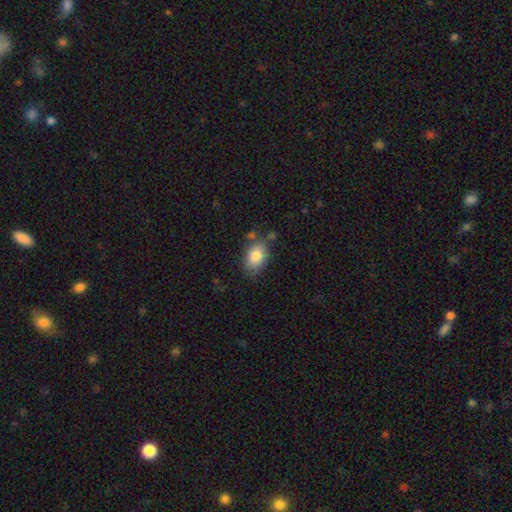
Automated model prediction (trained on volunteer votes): smooth-or-featured: smooth: 83% | featured or disk: 9% | star or artifact: 8%
  how-rounded: in between: 80% | round: 18% | cigar-shaped: 1%
  merging: none: 67% | minor disturbance: 22% | merger: 6% | major disturbance: 6%